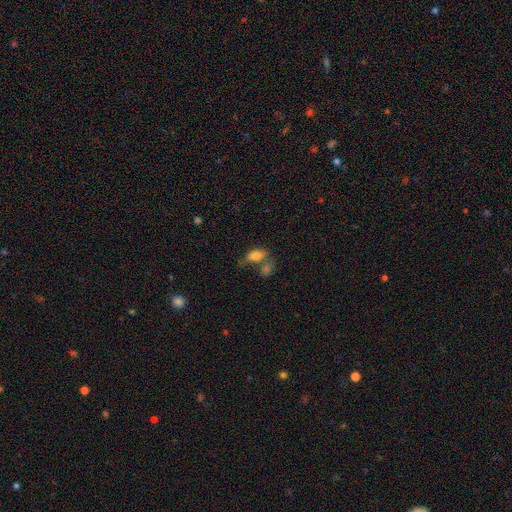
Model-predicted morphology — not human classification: Overall: smooth (80%). How rounded: in between (90%). Merging: merger (45%; none 29%).